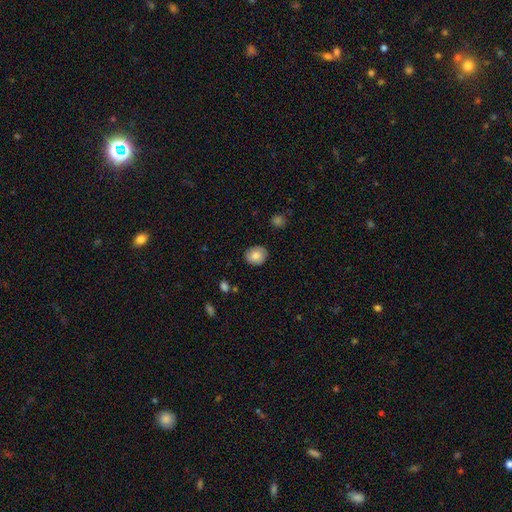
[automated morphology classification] type=smooth (82%); roundness=round (70%); merging=none (87%).